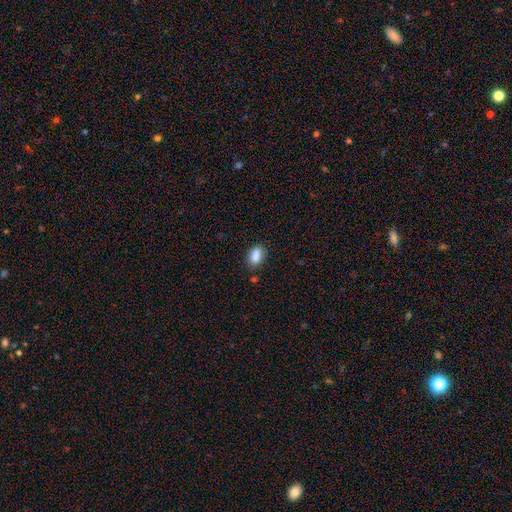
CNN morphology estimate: A smooth galaxy with no disk features (88%) that is in between round and cigar-shaped (87%).

Vote fractions:
- Smooth or featured? smooth: 88% / star or artifact: 8% / featured or disk: 4%
- How rounded? in between: 87% / round: 10% / cigar-shaped: 3%
- Merging? none: 79% / minor disturbance: 14% / merger: 4% / major disturbance: 3%